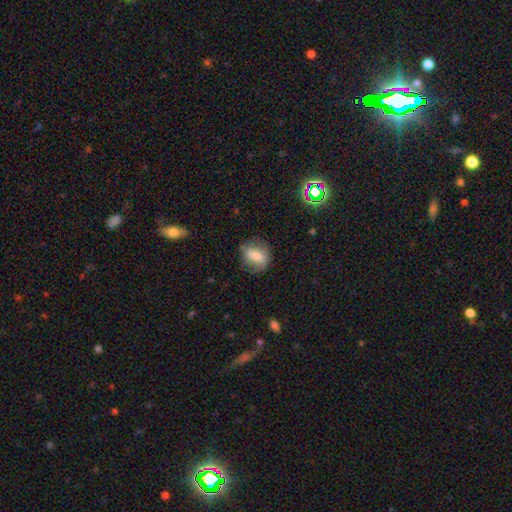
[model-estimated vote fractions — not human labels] This is likely a smooth galaxy (67%). How rounded: possibly in between (59%). Merging: likely none (73%).